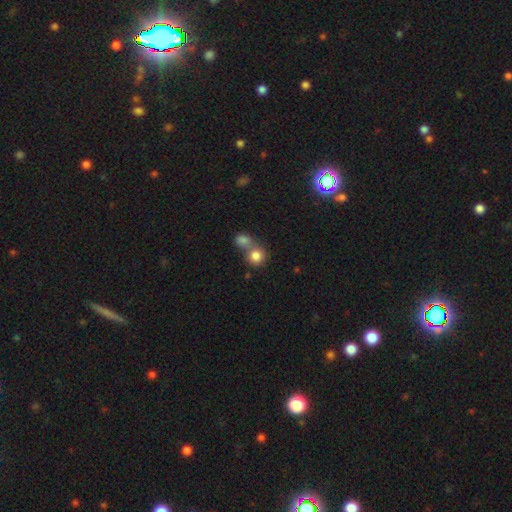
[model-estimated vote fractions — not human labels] Overall: smooth (82%). How rounded: round (84%). Merging: merger (49%; none 40%).